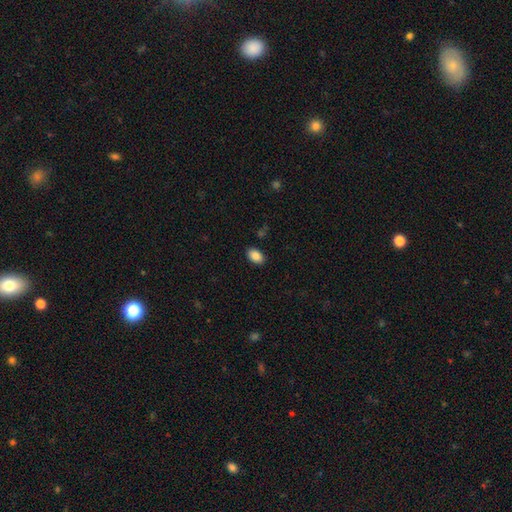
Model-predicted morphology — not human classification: smooth_or_featured: smooth (p=0.87) [alt: star or artifact p=0.08]
how_rounded: in between (p=0.91) [alt: round p=0.08]
merging: none (p=0.88) [alt: minor disturbance p=0.08]